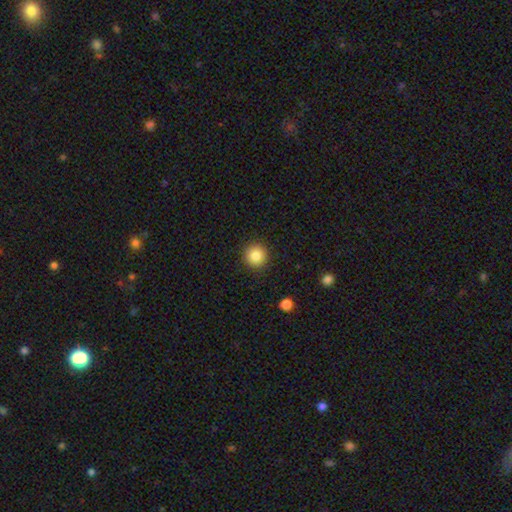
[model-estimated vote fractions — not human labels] A smooth galaxy with no disk features (85%) that is round (94%). Merging: none (91%).